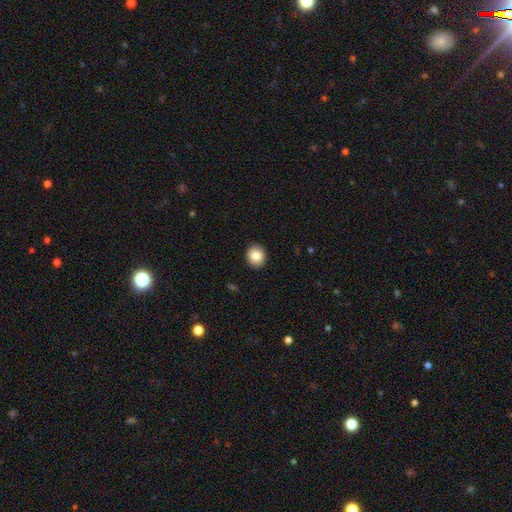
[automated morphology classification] Smooth or featured? Predicted: smooth (p=0.85). How rounded? Predicted: round (p=0.73). Merging? Predicted: none (p=0.92).